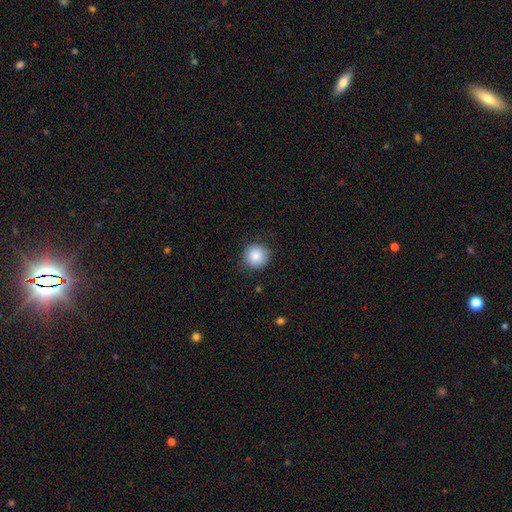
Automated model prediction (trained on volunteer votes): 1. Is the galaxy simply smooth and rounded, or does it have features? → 87% smooth, 8% star or artifact, 6% featured or disk.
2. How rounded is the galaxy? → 94% round, 5% in between, 1% cigar-shaped.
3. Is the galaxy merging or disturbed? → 85% none, 11% minor disturbance, 3% major disturbance, 1% merger.